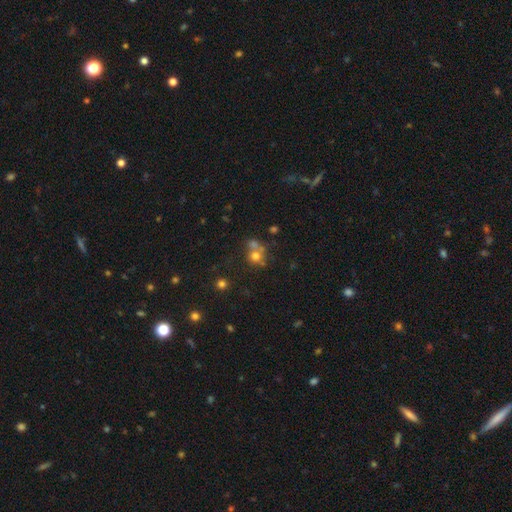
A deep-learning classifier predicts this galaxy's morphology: type=smooth (68%); roundness=round (82%); merging=none (43%).